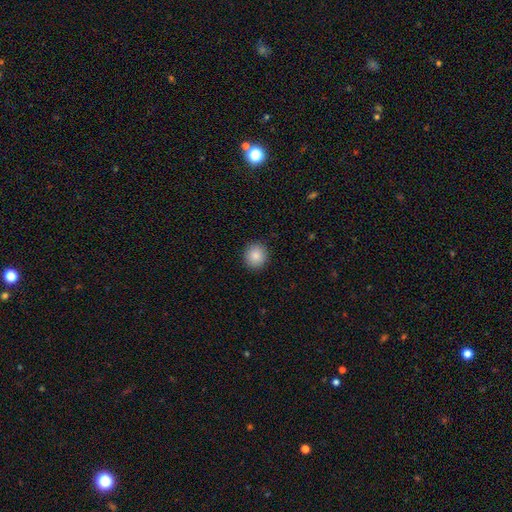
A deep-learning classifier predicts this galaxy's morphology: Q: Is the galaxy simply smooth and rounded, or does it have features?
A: smooth — 86%.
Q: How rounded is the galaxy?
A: round — 88%.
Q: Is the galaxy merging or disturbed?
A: none — 91%.